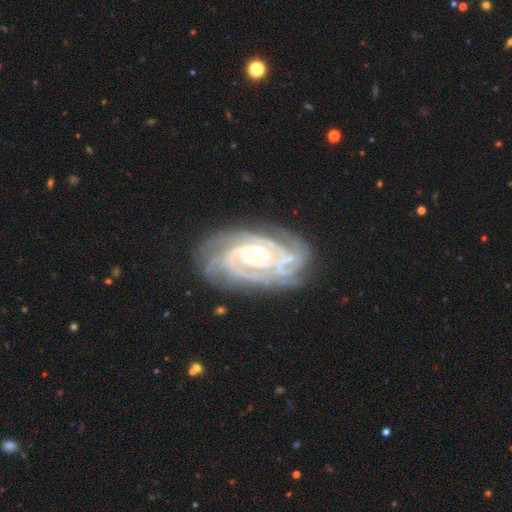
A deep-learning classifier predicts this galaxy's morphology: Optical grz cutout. It shows a featured or disk galaxy (89%) with no bar (69%), 4 (23%, tied with 3) tight (78%) spiral arms (98%) and a small central bulge (69%). Merging: none (72%).